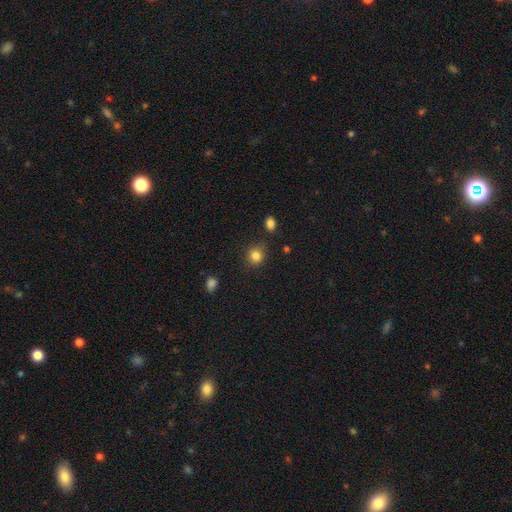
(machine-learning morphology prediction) A smooth galaxy with no disk features (84%) that is round (80%).

Vote fractions:
- Smooth or featured? smooth: 84% / star or artifact: 11% / featured or disk: 5%
- How rounded? round: 80% / in between: 19% / cigar-shaped: 1%
- Merging? none: 79% / minor disturbance: 14% / major disturbance: 4% / merger: 3%